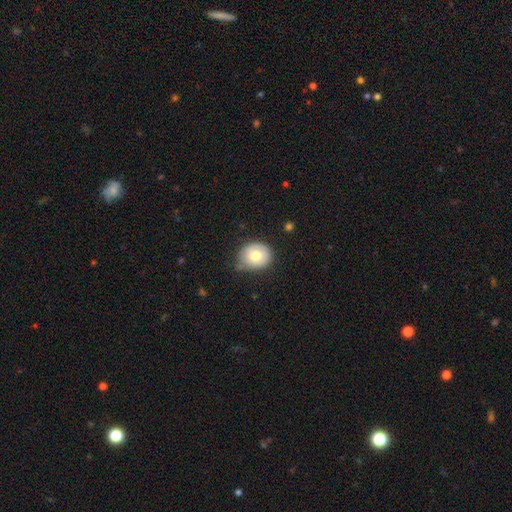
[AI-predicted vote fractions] This appears to be a smooth galaxy with no disk features (72%) that is round (68%). Merging: none (63%).